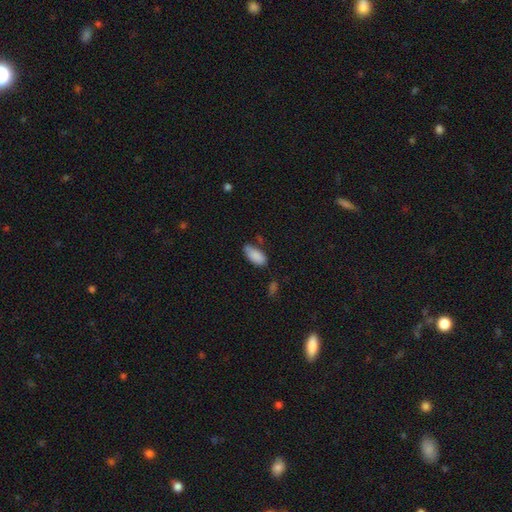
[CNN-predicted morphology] type=smooth (88%); roundness=in between (92%); merging=none (62%).